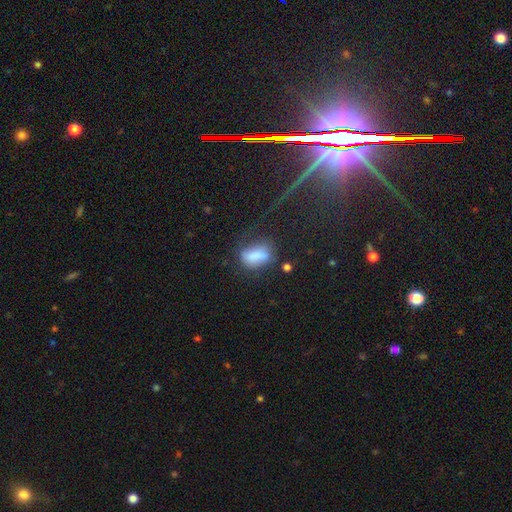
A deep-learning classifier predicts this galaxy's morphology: The model was most divided on "merging": none: 49%, minor disturbance: 26%, major disturbance: 19%, merger: 7%. More confident: how rounded — in between (79%); smooth or featured — smooth (75%).